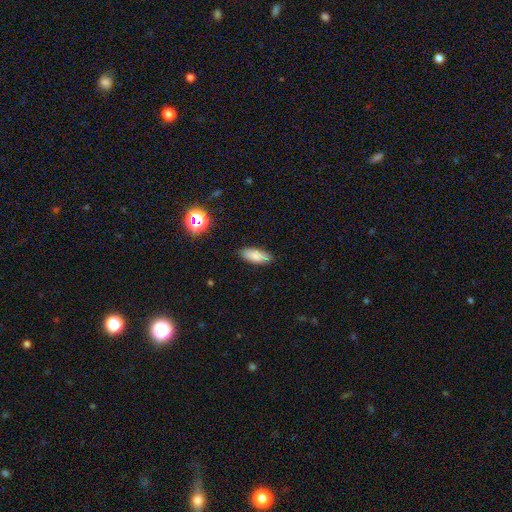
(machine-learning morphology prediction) smooth-or-featured: smooth: 83% | star or artifact: 9% | featured or disk: 8%
  how-rounded: in between: 76% | cigar-shaped: 22% | round: 2%
  merging: none: 87% | minor disturbance: 10% | major disturbance: 2% | merger: 1%